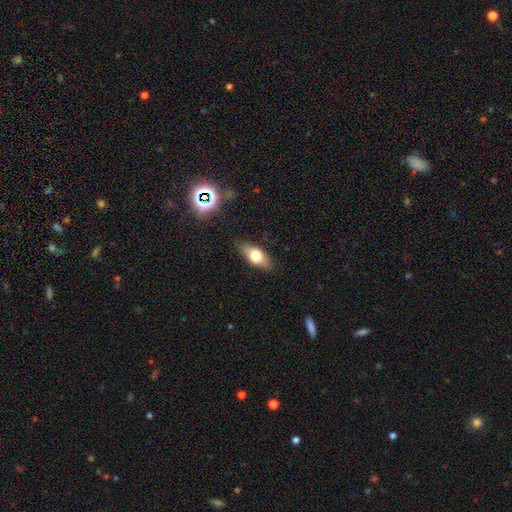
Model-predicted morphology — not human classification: type=smooth (62%); roundness=in between (78%); merging=none (85%).